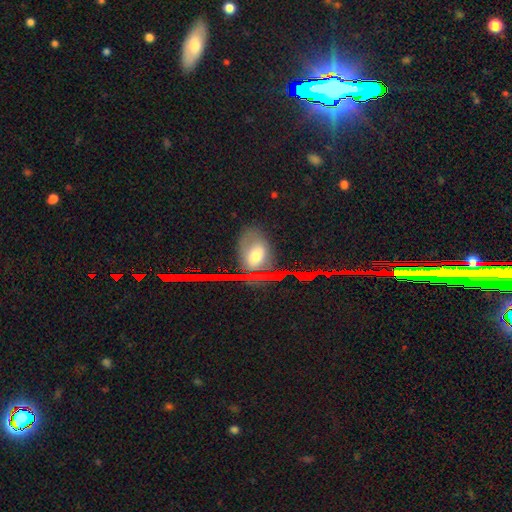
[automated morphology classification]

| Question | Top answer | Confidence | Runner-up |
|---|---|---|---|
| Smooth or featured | smooth | 44% | star or artifact (30%) |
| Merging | none | 65% | minor disturbance (20%) |